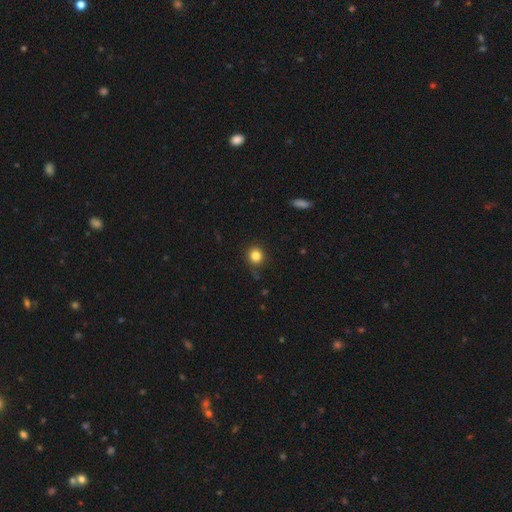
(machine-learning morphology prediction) This is clearly a smooth galaxy (83%). How rounded: clearly round (90%). Merging: clearly none (85%).